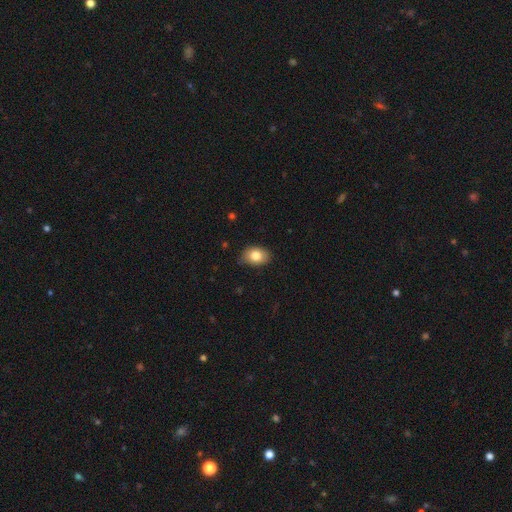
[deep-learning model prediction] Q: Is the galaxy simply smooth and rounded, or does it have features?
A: smooth — 81%.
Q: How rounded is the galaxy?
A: in between — 75%.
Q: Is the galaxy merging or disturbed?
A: none — 78%.